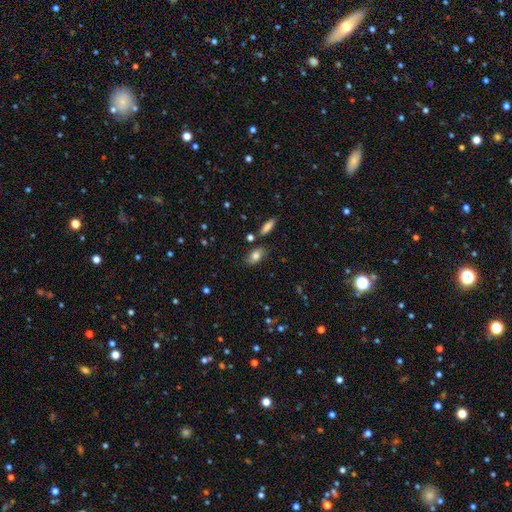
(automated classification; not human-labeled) The model was most divided on "merging": none: 75%, minor disturbance: 15%, merger: 6%, major disturbance: 4%. More confident: how rounded — in between (86%); smooth or featured — smooth (77%).